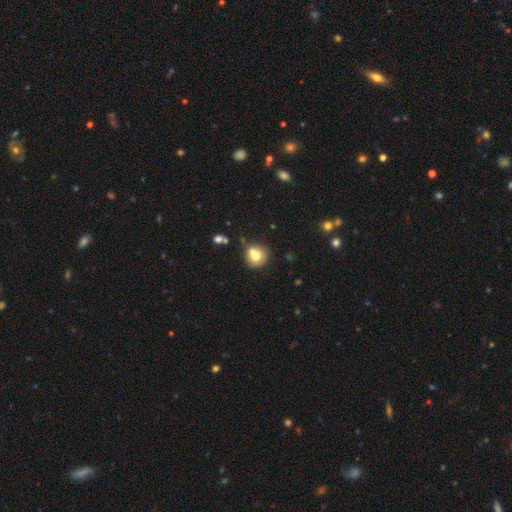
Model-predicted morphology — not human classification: This appears to be a smooth galaxy with no disk features (72%) that is round (82%). Merging: none (51%).